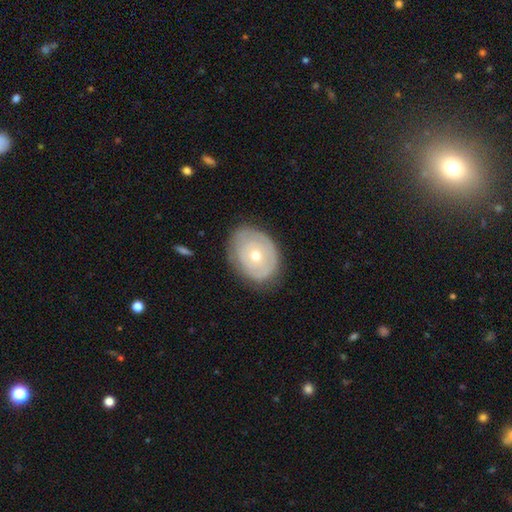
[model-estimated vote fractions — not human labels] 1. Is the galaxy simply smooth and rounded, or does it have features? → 52% featured or disk, 41% smooth, 6% star or artifact.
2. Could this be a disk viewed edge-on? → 94% no, 6% yes.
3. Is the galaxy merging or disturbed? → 72% none, 20% minor disturbance, 6% major disturbance, 1% merger.